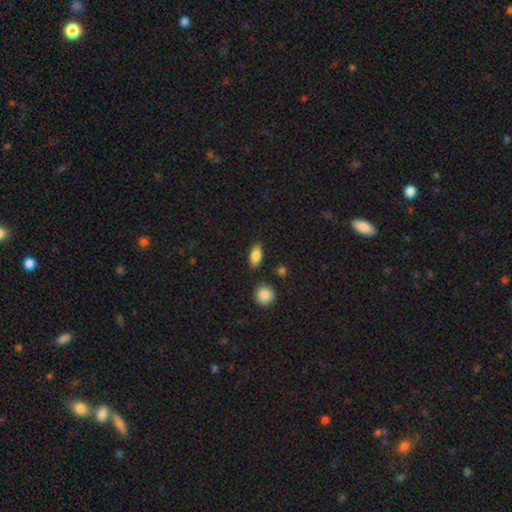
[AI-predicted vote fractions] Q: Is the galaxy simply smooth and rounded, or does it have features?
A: smooth — 82%.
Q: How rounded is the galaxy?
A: in between — 84%.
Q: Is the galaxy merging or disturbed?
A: none — 83%.